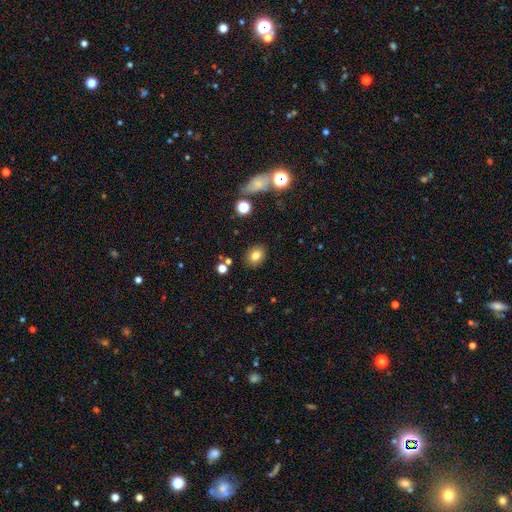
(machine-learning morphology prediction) A smooth galaxy with no disk features (79%) that is round (51%). Merging: none (86%).